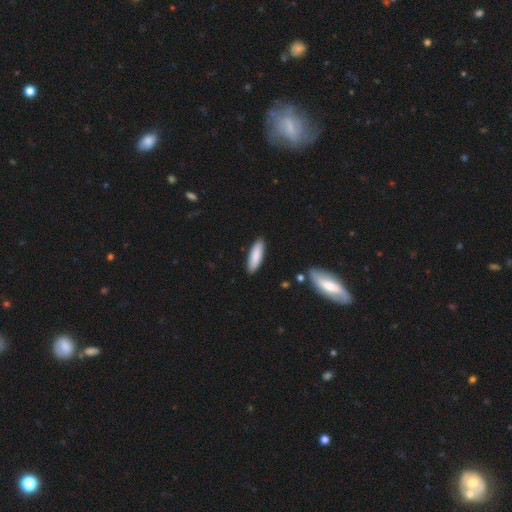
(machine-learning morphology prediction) Smooth or featured? smooth (85%)
How rounded? cigar-shaped (51%)
Merging? none (88%)